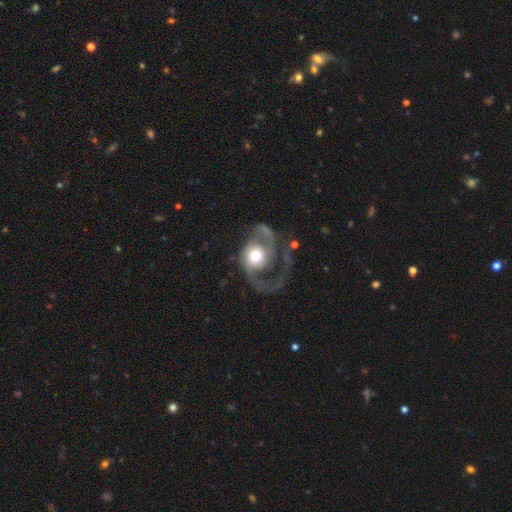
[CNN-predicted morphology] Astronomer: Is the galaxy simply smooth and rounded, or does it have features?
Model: featured or disk — 68%.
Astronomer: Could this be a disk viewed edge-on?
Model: no — 97%.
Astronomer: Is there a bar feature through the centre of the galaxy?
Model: no — 77%.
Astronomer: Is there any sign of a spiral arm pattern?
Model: yes — 80%.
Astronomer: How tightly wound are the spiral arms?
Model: loose — 45% (runner-up: medium, 39%).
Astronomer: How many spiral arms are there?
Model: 2 — 51% (runner-up: 1, 37%).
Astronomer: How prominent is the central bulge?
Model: moderate — 59%.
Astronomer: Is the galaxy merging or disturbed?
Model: major disturbance — 55%.